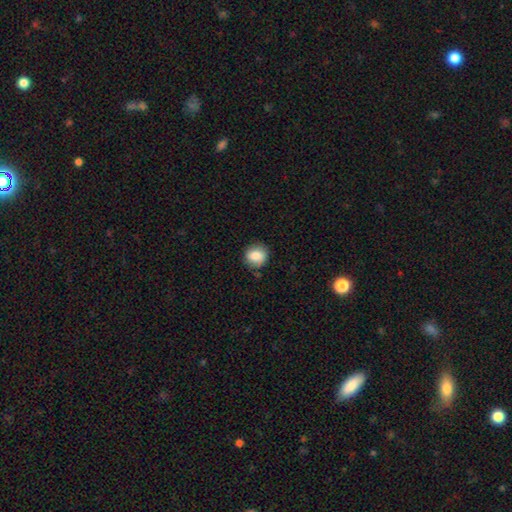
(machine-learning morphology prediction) Smooth or featured? Predicted: smooth (p=0.82). How rounded? Predicted: round (p=0.76). Merging? Predicted: none (p=0.77).